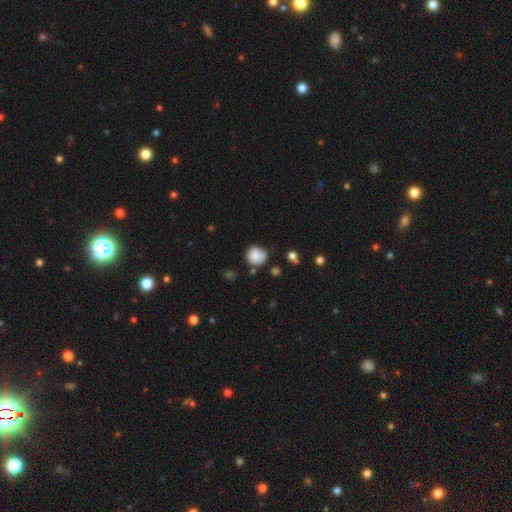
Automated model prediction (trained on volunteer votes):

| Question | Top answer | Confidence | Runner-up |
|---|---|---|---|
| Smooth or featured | smooth | 78% | featured or disk (13%) |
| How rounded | round | 80% | in between (19%) |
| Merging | none | 52% | minor disturbance (30%) |